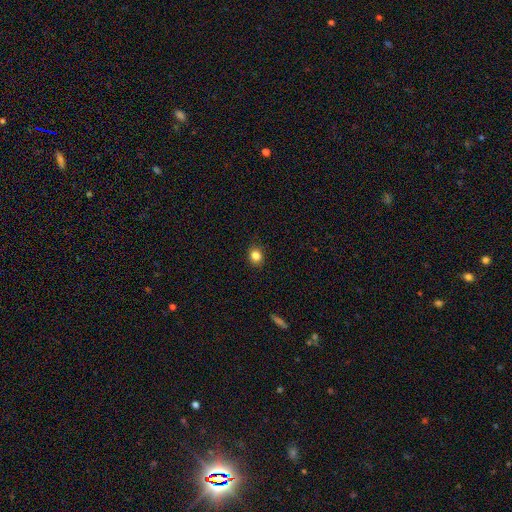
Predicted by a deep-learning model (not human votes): A smooth galaxy with no disk features (84%) that is round (68%).

Vote fractions:
- Smooth or featured? smooth: 84% / star or artifact: 11% / featured or disk: 5%
- How rounded? round: 68% / in between: 31% / cigar-shaped: 1%
- Merging? none: 89% / minor disturbance: 8% / major disturbance: 2% / merger: 1%